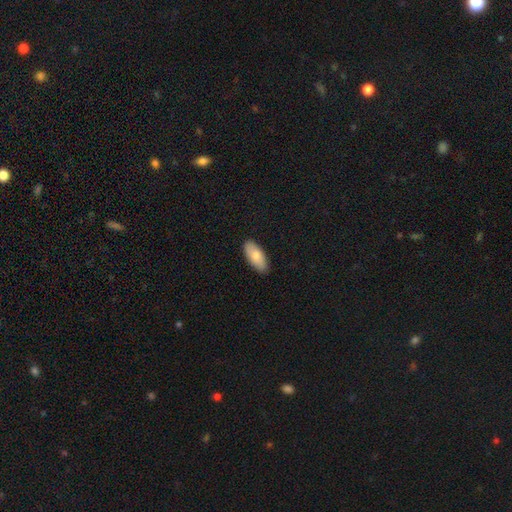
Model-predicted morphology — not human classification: A smooth galaxy with no disk features (83%) that is in between round and cigar-shaped (86%). Merging: none (88%).